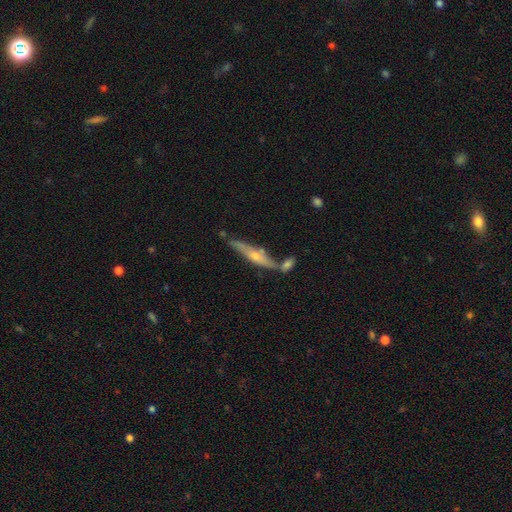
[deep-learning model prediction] This appears to be a featured or disk galaxy (64%) viewed edge-on (86%) with a rounded central bulge (78%). Merging: none (56%).